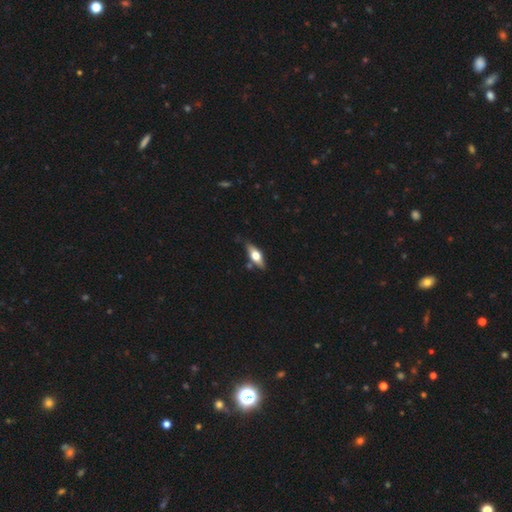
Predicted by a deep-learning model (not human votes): Overall: featured or disk (53%; smooth 41%). Edge-on disk: yes (88%). Merging: none (76%).